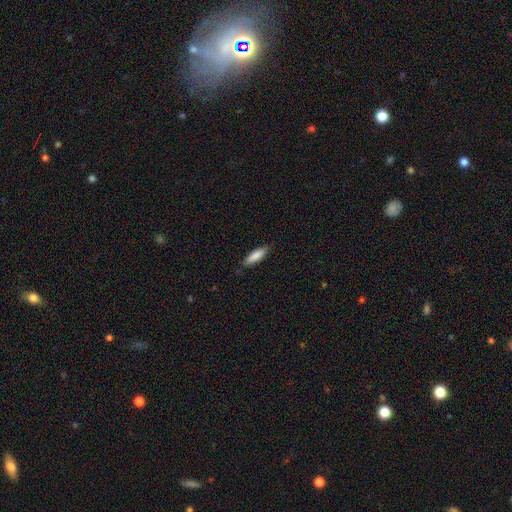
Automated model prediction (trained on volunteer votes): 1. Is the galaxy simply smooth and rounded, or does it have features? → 81% smooth, 13% featured or disk, 6% star or artifact.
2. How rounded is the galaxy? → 62% cigar-shaped, 36% in between, 1% round.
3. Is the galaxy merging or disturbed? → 83% none, 13% minor disturbance, 2% major disturbance, 1% merger.